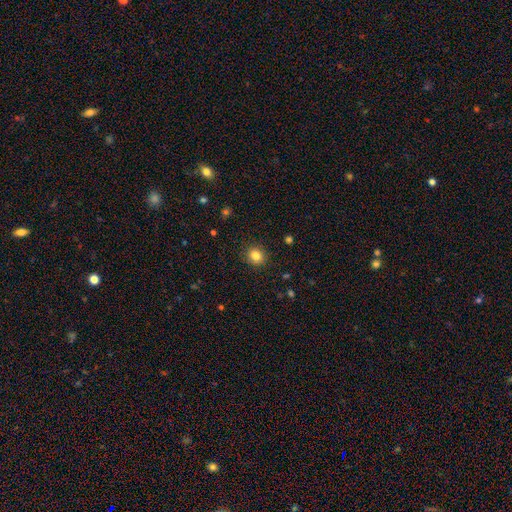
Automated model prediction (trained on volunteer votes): Q: Smooth or featured?
A: smooth (83%); runner-up: star or artifact (11%)
Q: How rounded?
A: round (85%); runner-up: in between (14%)
Q: Merging?
A: none (90%); runner-up: minor disturbance (7%)